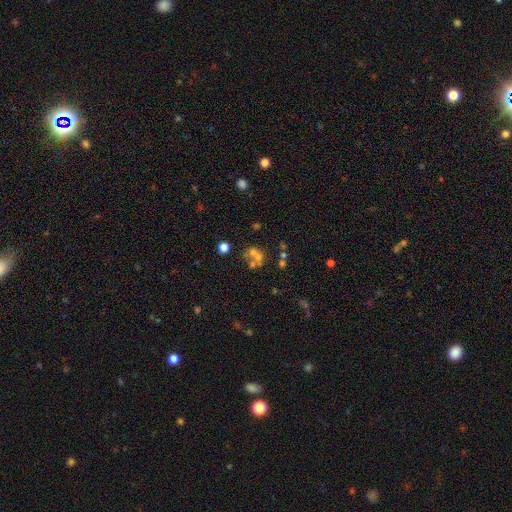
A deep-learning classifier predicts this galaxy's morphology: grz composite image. It shows a smooth galaxy with no disk features (48%). Merging: merger (48%).